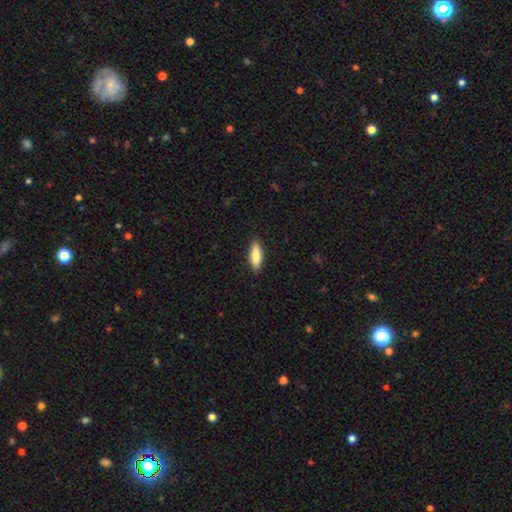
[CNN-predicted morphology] This is clearly a smooth galaxy (84%). How rounded: possibly in between (52%). Merging: clearly none (88%).